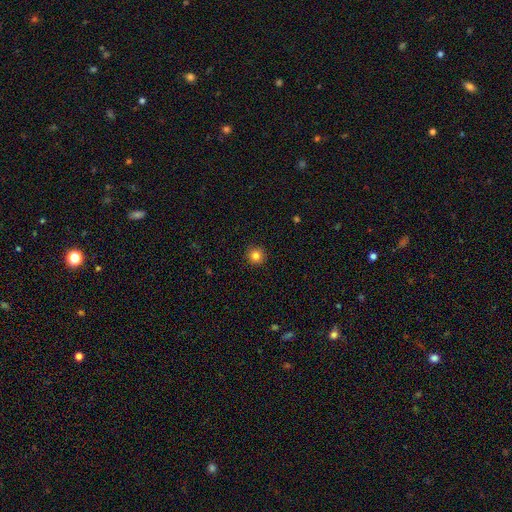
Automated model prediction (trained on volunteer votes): smooth 83%, star or artifact 12%, featured or disk 5%. Down the decision tree: how rounded — round (95%); merging — none (93%).